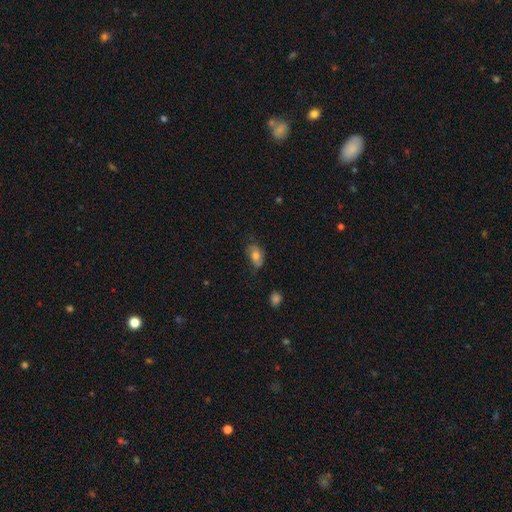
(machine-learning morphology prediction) This appears to be a smooth galaxy with no disk features (64%) that is in between round and cigar-shaped (85%). Merging: none (55%).